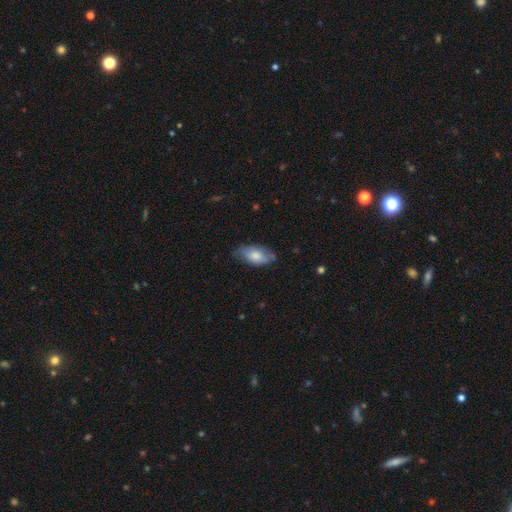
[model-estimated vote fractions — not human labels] Smooth or featured? Predicted: smooth (p=0.73). How rounded? Predicted: in between (p=0.91). Merging? Predicted: none (p=0.67).